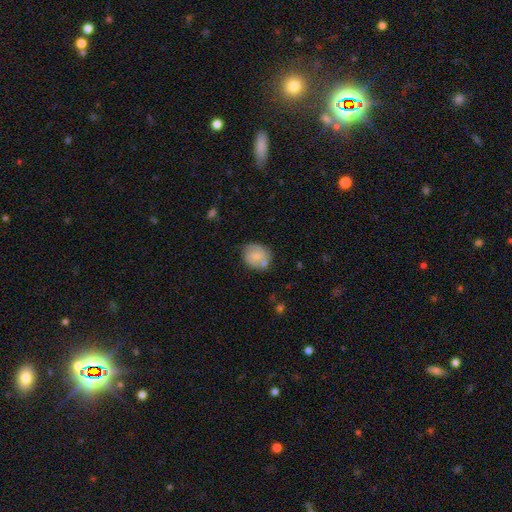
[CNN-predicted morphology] Smooth or featured? Predicted: smooth (p=0.66). How rounded? Predicted: round (p=0.63). Merging? Predicted: none (p=0.63).